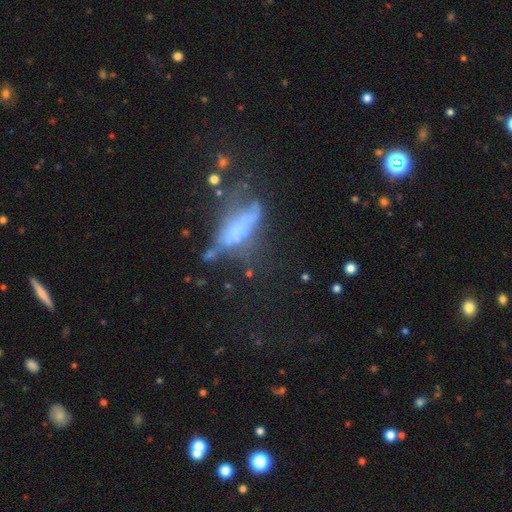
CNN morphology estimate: The model was most divided on "smooth or featured": featured or disk: 41%, smooth: 36%, star or artifact: 24%. Remaining: merging — none (41%).